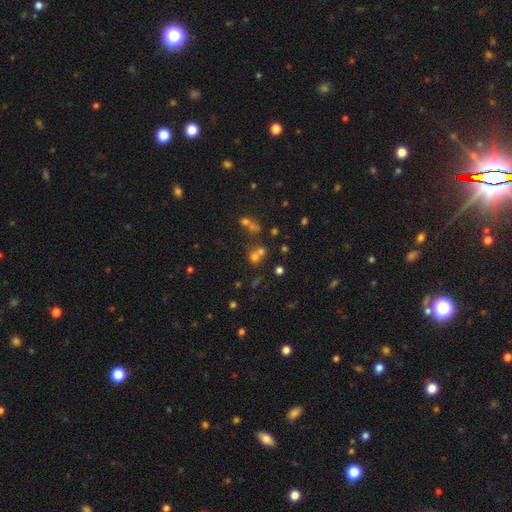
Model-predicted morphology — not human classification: smooth-or-featured: smooth: 48% | star or artifact: 35% | featured or disk: 17%
  merging: none: 48% | merger: 39% | minor disturbance: 8% | major disturbance: 5%